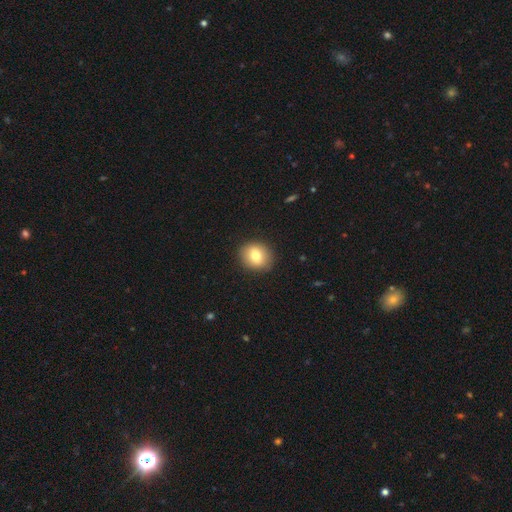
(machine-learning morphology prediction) smooth_or_featured: smooth (p=0.76) [alt: featured or disk p=0.15]
how_rounded: round (p=0.69) [alt: in between p=0.30]
merging: none (p=0.89) [alt: minor disturbance p=0.08]